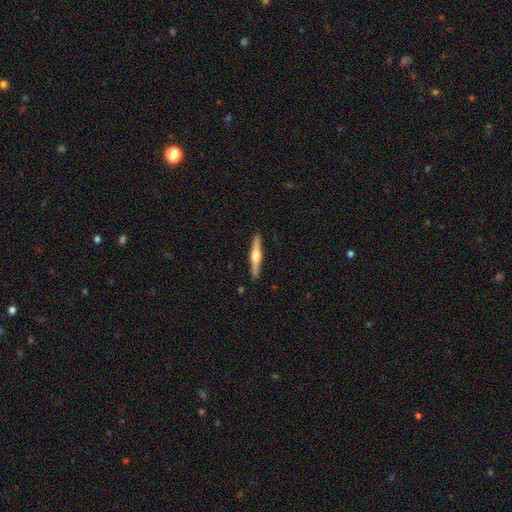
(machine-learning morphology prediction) type=featured or disk (70%); edge-on=yes (98%); edge-on bulge=rounded (94%); merging=none (91%).